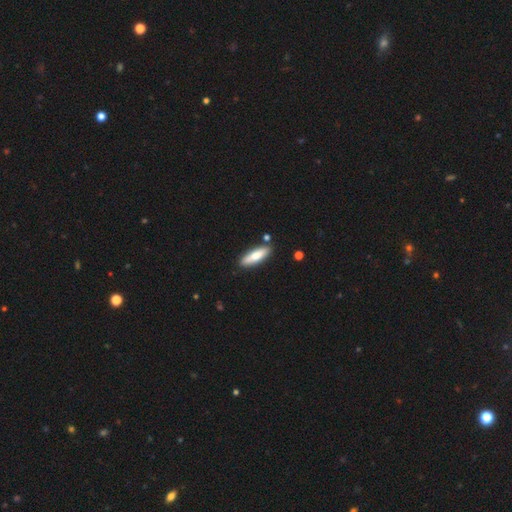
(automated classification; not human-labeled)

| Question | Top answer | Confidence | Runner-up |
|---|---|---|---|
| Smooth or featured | smooth | 70% | featured or disk (25%) |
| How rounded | cigar-shaped | 64% | in between (34%) |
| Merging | none | 85% | minor disturbance (10%) |